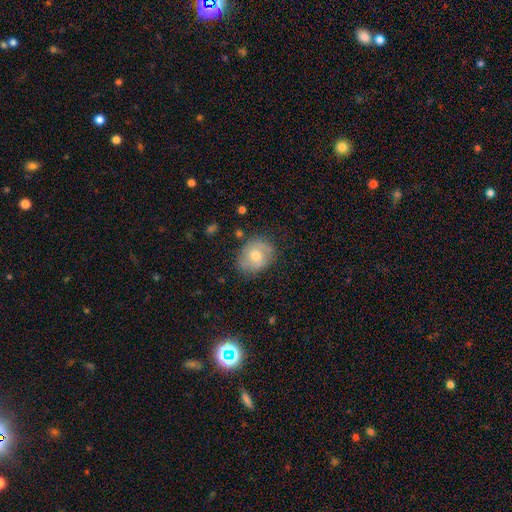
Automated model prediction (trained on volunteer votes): Smooth or featured? Predicted: smooth (p=0.53). How rounded? Predicted: round (p=0.53). Merging? Predicted: none (p=0.73).